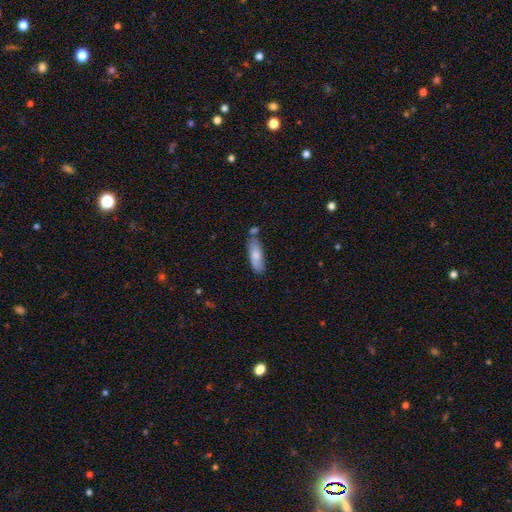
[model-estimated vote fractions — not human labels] Smooth or featured? smooth (75%)
How rounded? in between (50%)
Merging? none (68%)